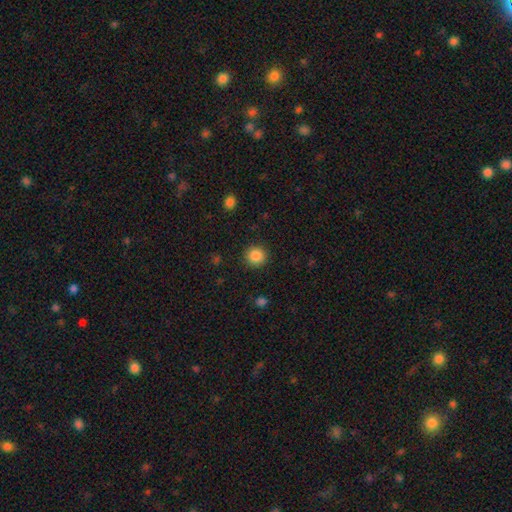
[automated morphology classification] Smooth or featured? smooth (86%)
How rounded? round (94%)
Merging? none (91%)